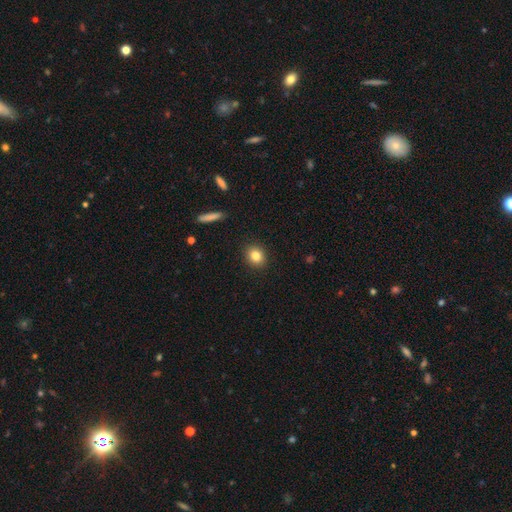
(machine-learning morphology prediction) This appears to be a smooth galaxy with no disk features (83%) that is round (69%). Merging: none (91%).